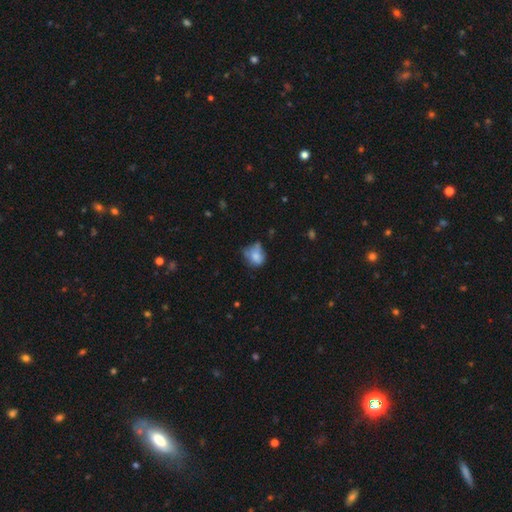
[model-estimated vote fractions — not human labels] smooth 70%, featured or disk 19%, star or artifact 11%. Down the decision tree: how rounded — round (56%); merging — none (39%).